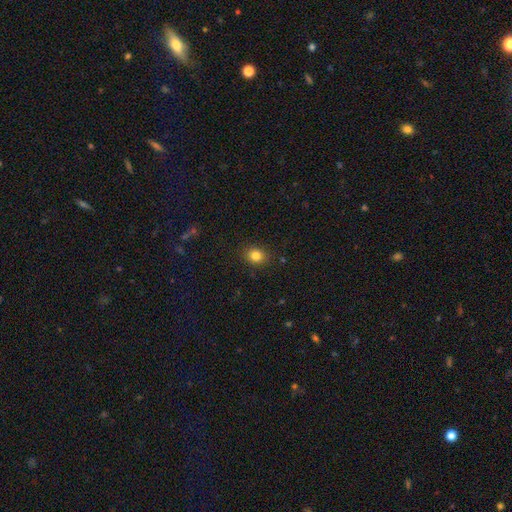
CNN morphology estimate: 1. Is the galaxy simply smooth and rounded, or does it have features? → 82% smooth, 12% star or artifact, 6% featured or disk.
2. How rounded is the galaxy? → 59% round, 40% in between, 1% cigar-shaped.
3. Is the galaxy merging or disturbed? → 88% none, 9% minor disturbance, 2% major disturbance, 1% merger.